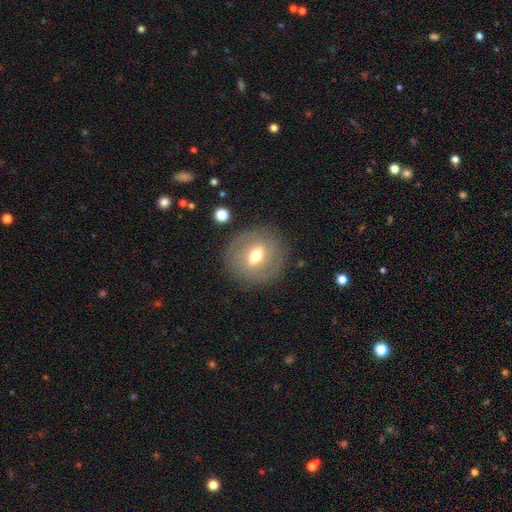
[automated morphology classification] This appears to be a featured or disk galaxy (48%). Merging: none (83%).